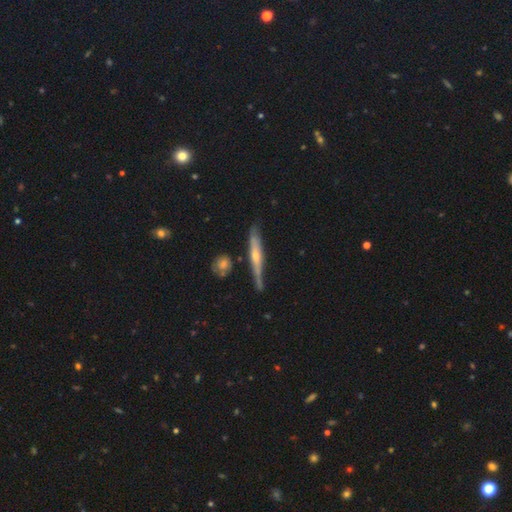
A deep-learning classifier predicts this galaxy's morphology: Overall: featured or disk (68%). Edge-on disk: yes (92%). Edge-on bulge: rounded (71%). Merging: none (75%).